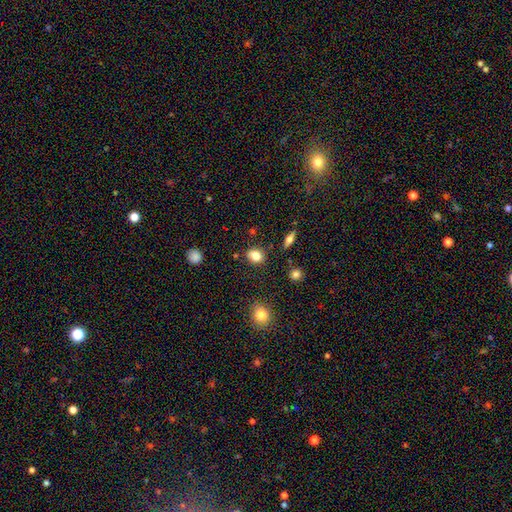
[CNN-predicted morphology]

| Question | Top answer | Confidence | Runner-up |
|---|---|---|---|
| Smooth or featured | smooth | 82% | star or artifact (10%) |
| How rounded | round | 50% | in between (48%) |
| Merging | none | 83% | minor disturbance (10%) |